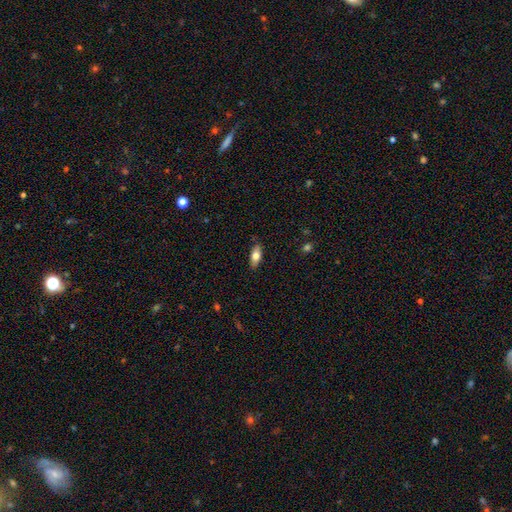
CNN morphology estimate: smooth_or_featured: smooth (p=0.74) [alt: featured or disk p=0.19]
how_rounded: in between (p=0.81) [alt: cigar-shaped p=0.16]
merging: none (p=0.84) [alt: minor disturbance p=0.13]